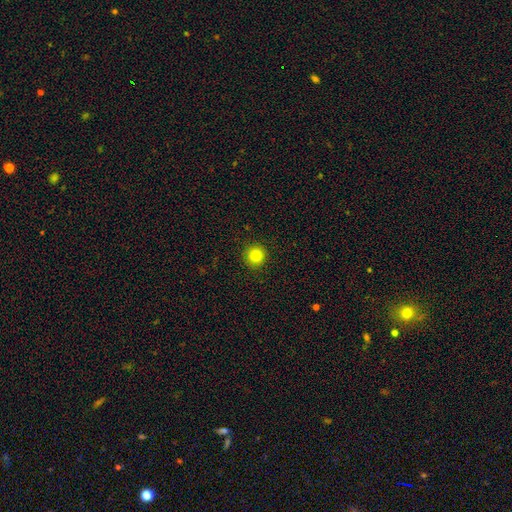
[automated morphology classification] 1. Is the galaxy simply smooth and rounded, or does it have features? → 86% smooth, 11% star or artifact, 3% featured or disk.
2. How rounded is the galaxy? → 94% round, 5% in between, 1% cigar-shaped.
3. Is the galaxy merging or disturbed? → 91% none, 6% minor disturbance, 2% major disturbance, 1% merger.